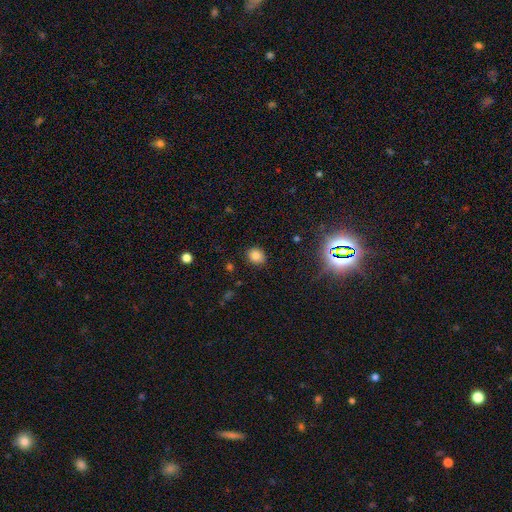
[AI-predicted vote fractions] Overall: smooth (82%). How rounded: round (59%; in between 40%). Merging: none (87%).